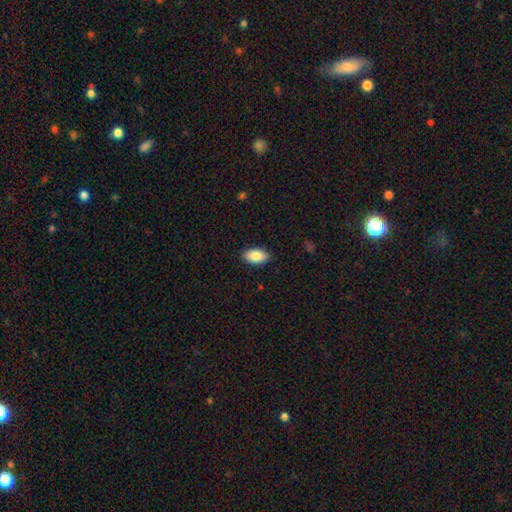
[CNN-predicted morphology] A smooth galaxy with no disk features (87%) that is in between round and cigar-shaped (94%). Merging: none (89%).